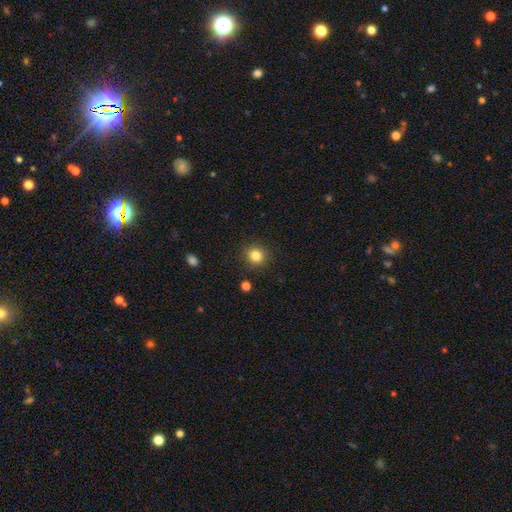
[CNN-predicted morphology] Smooth or featured? Predicted: smooth (p=0.83). How rounded? Predicted: round (p=0.90). Merging? Predicted: none (p=0.90).